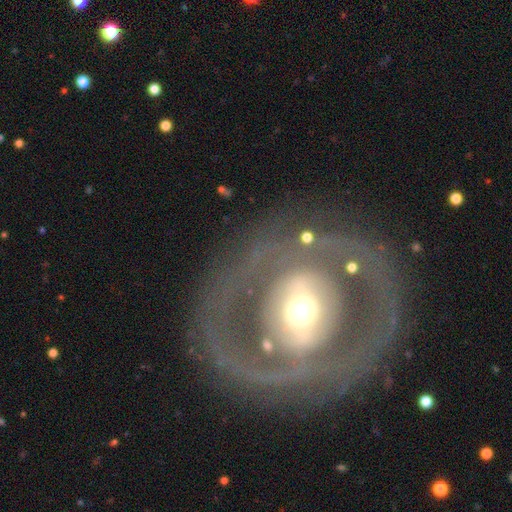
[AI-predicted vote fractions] A featured or disk galaxy (74%) with no bar (47%), no spiral arms (62%) and a moderate central bulge (58%).

Vote fractions:
- Smooth or featured? featured or disk: 74% / smooth: 21% / star or artifact: 6%
- Edge-on disk? no: 93% / yes: 7%
- Bar? no: 47% / strong: 27% / weak: 26%
- Spiral arms? no: 62% / yes: 38%
- Bulge size? moderate: 58% / large: 24% / small: 14% / dominant: 3% / none: 1%
- Merging? none: 77% / minor disturbance: 12% / major disturbance: 9% / merger: 2%